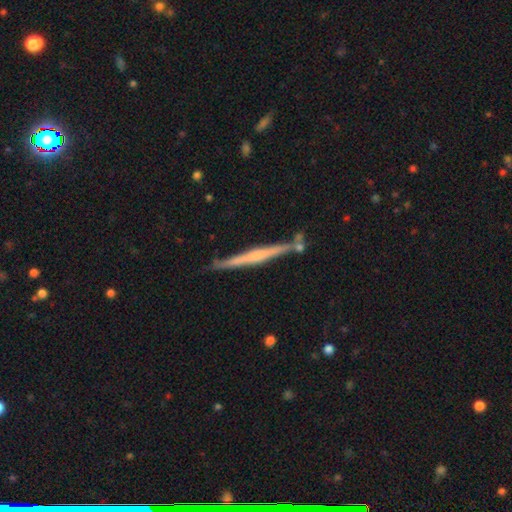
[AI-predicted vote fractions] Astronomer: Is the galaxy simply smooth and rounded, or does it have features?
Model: featured or disk — 65%.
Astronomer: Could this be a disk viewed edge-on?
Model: yes — 97%.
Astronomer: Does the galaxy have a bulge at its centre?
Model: none — 51% (runner-up: rounded, 37%).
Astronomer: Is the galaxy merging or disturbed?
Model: none — 81%.